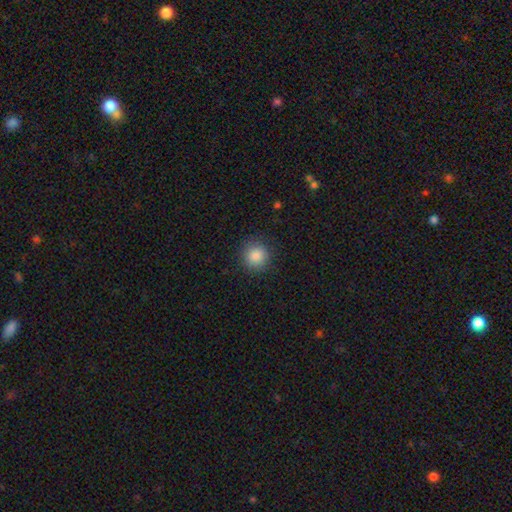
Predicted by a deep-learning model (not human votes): The model was most divided on "smooth or featured": smooth: 86%, star or artifact: 10%, featured or disk: 4%. More confident: how rounded — round (92%); merging — none (89%).